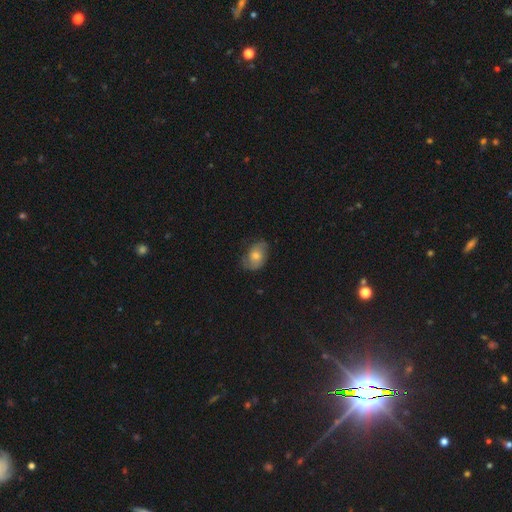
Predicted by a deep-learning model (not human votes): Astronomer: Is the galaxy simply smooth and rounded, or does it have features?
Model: featured or disk — 47% (runner-up: smooth, 43%).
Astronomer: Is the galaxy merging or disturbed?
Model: none — 68%.